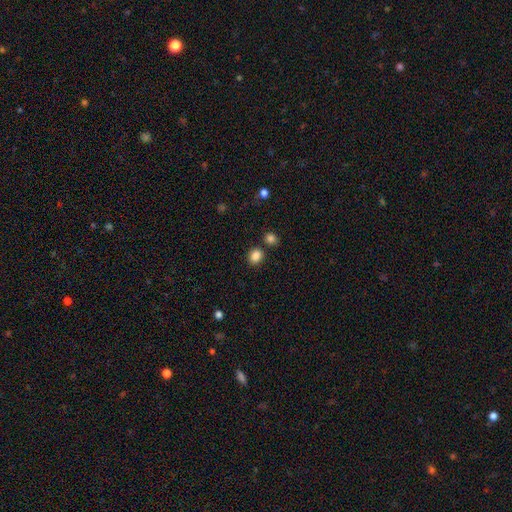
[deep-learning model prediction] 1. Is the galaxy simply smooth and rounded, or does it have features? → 86% smooth, 11% star or artifact, 4% featured or disk.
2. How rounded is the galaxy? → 63% round, 37% in between, 1% cigar-shaped.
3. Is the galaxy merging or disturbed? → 77% none, 10% merger, 10% minor disturbance, 3% major disturbance.